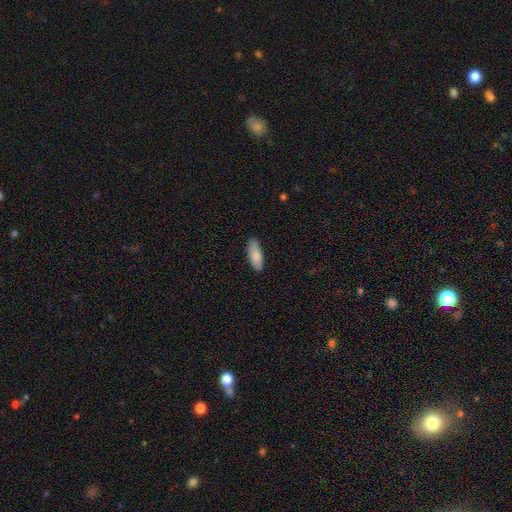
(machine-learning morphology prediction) Smooth or featured? smooth (84%)
How rounded? in between (71%)
Merging? none (81%)